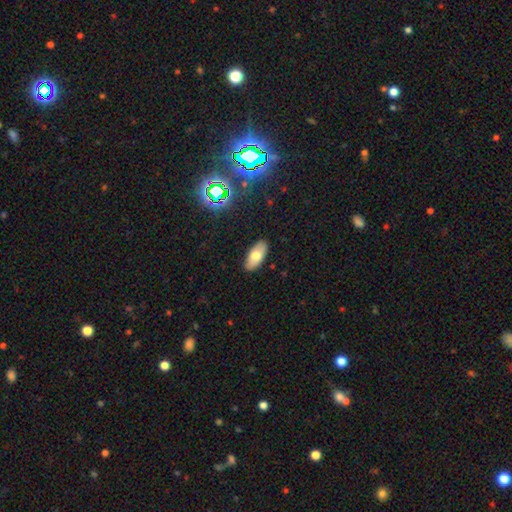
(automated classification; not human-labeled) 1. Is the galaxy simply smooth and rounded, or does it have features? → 72% smooth, 19% featured or disk, 8% star or artifact.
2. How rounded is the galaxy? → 91% in between, 7% cigar-shaped, 3% round.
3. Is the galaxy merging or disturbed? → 89% none, 8% minor disturbance, 2% major disturbance, 1% merger.